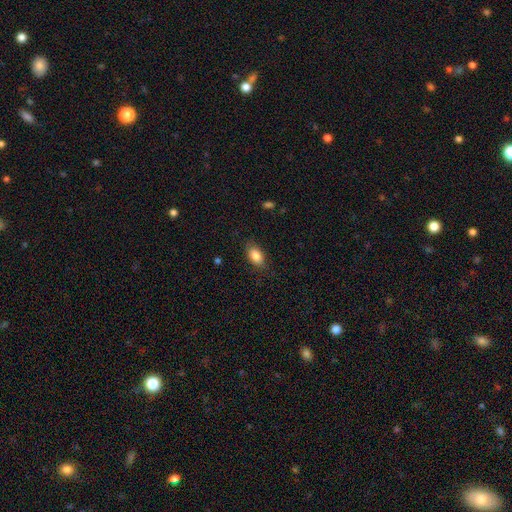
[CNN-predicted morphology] A smooth galaxy with no disk features (87%) that is in between round and cigar-shaped (89%). Merging: none (81%).